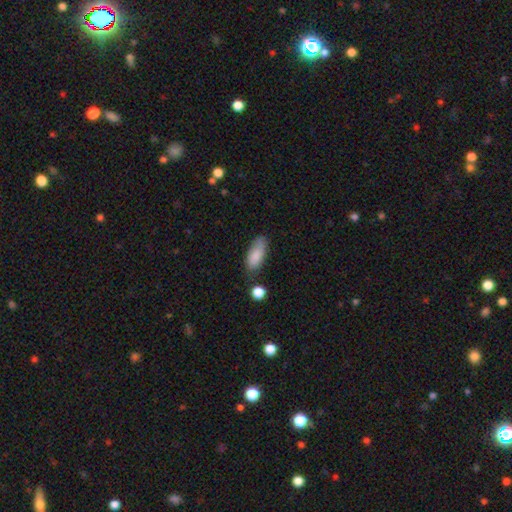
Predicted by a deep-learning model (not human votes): This appears to be a smooth galaxy with no disk features (84%) that is in between round and cigar-shaped (84%). Merging: none (67%).